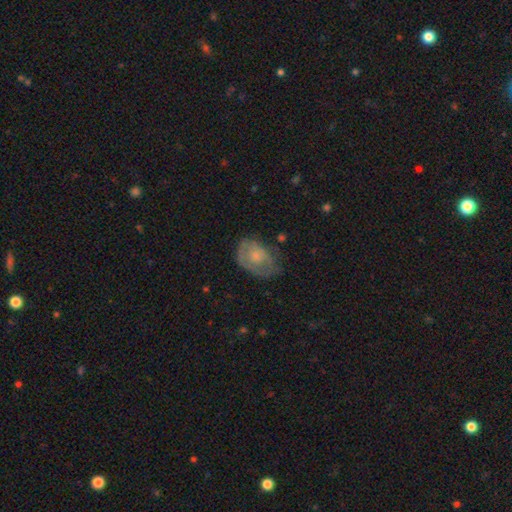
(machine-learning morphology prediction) Smooth or featured? Predicted: smooth (p=0.49). Merging? Predicted: none (p=0.53).